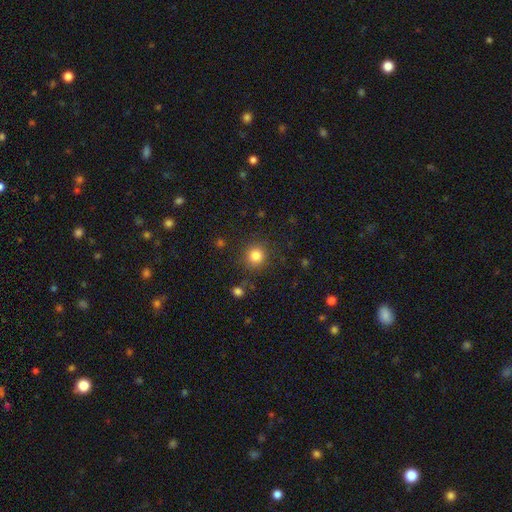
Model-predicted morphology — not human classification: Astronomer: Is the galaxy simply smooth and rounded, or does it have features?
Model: smooth — 83%.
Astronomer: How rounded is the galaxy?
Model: round — 92%.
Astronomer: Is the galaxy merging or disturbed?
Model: none — 87%.